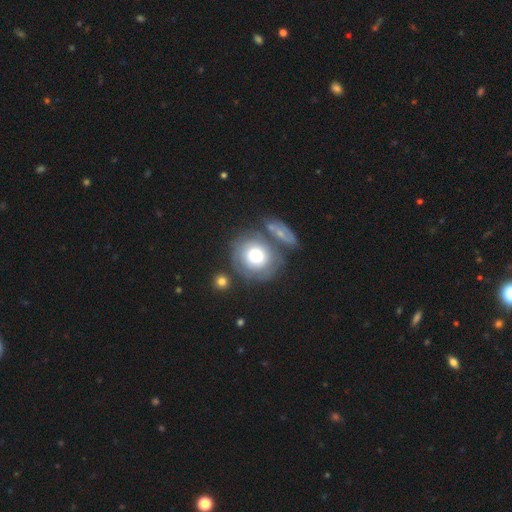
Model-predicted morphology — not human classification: Q: Smooth or featured?
A: smooth (57%); runner-up: featured or disk (36%)
Q: How rounded?
A: round (84%); runner-up: in between (15%)
Q: Merging?
A: none (57%); runner-up: merger (18%)